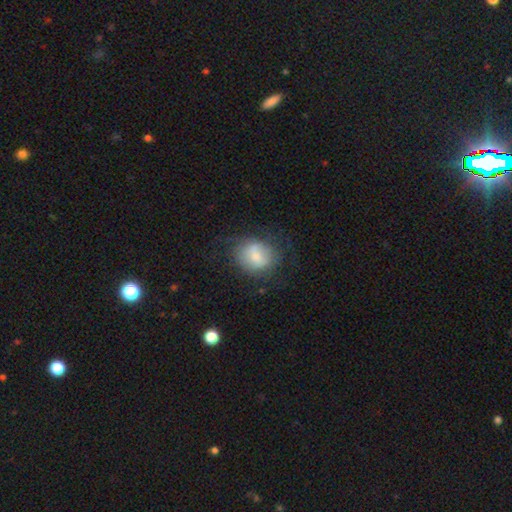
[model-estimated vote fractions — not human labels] Q: Smooth or featured?
A: smooth (66%); runner-up: featured or disk (25%)
Q: How rounded?
A: round (64%); runner-up: in between (35%)
Q: Merging?
A: none (63%); runner-up: minor disturbance (21%)